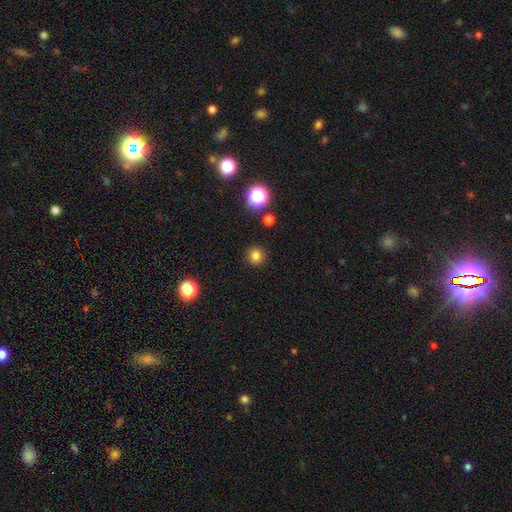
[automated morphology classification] This appears to be a smooth galaxy with no disk features (81%) that is round (92%). Merging: none (90%).